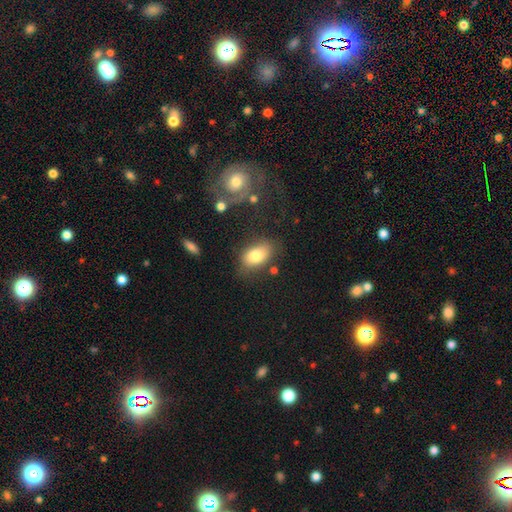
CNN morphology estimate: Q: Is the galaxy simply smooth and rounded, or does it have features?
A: smooth — 79%.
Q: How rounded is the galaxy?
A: in between — 88%.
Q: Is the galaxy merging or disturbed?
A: none — 70%.